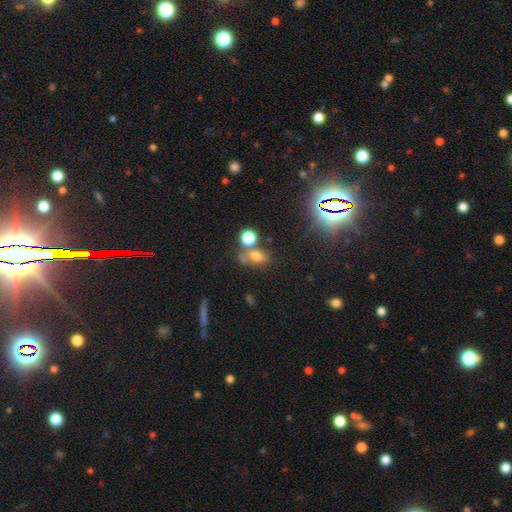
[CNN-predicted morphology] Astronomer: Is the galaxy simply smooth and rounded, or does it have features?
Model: smooth — 67%.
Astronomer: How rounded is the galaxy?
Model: in between — 67%.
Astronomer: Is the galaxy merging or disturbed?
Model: none — 50% (runner-up: merger, 27%).